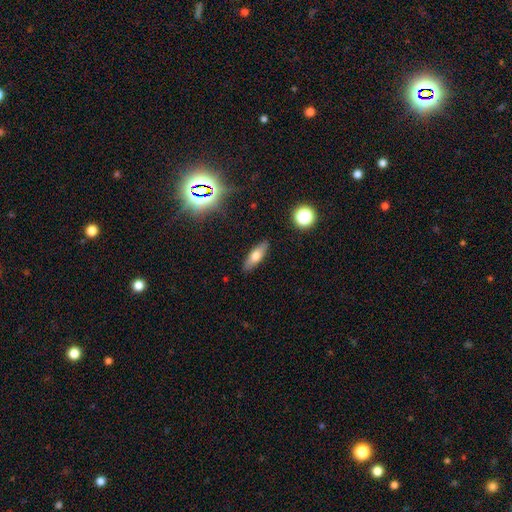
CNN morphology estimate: This is likely a smooth galaxy (65%). How rounded: possibly in between (58%). Merging: clearly none (88%).